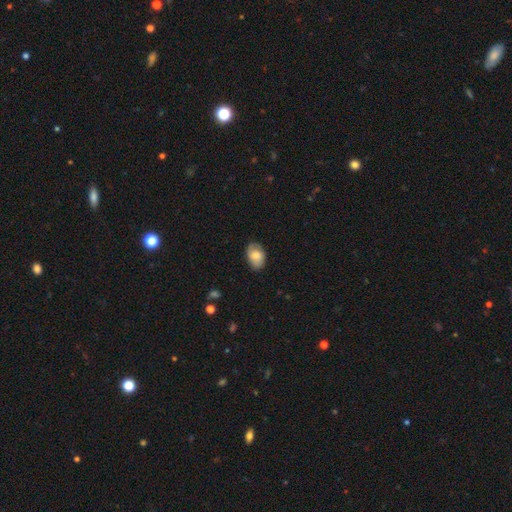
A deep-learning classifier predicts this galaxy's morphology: Smooth or featured?
  - smooth: 72% *
  - featured or disk: 21%
  - star or artifact: 7%
How rounded?
  - in between: 85% *
  - round: 14%
  - cigar-shaped: 1%
Merging?
  - none: 76% *
  - minor disturbance: 20%
  - major disturbance: 4%
  - merger: 1%